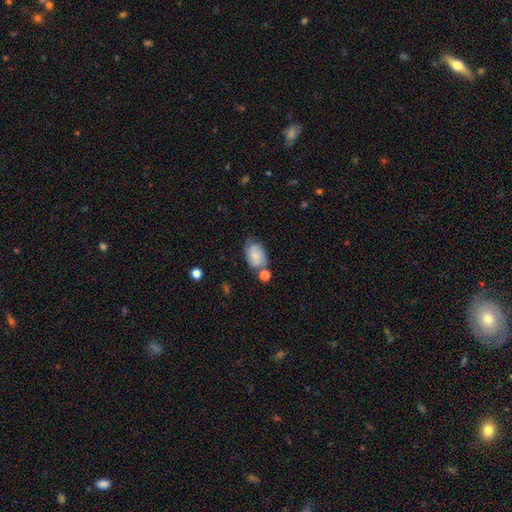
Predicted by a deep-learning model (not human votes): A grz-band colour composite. It shows a smooth galaxy with no disk features (70%) that is in between round and cigar-shaped (87%). Merging: none (51%).